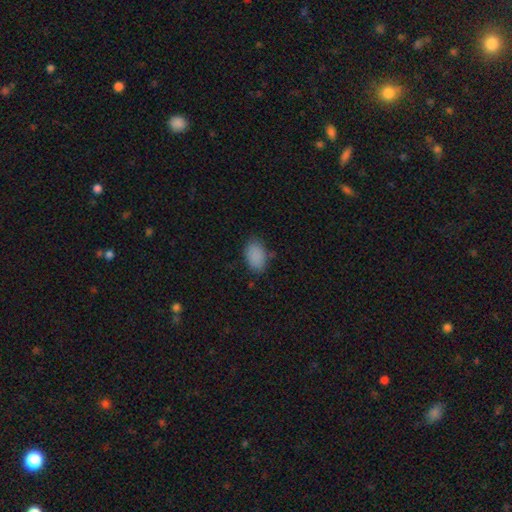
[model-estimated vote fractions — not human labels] A smooth galaxy with no disk features (88%) that is in between round and cigar-shaped (89%).

Vote fractions:
- Smooth or featured? smooth: 88% / star or artifact: 8% / featured or disk: 4%
- How rounded? in between: 89% / round: 10% / cigar-shaped: 1%
- Merging? none: 78% / minor disturbance: 17% / major disturbance: 4% / merger: 2%